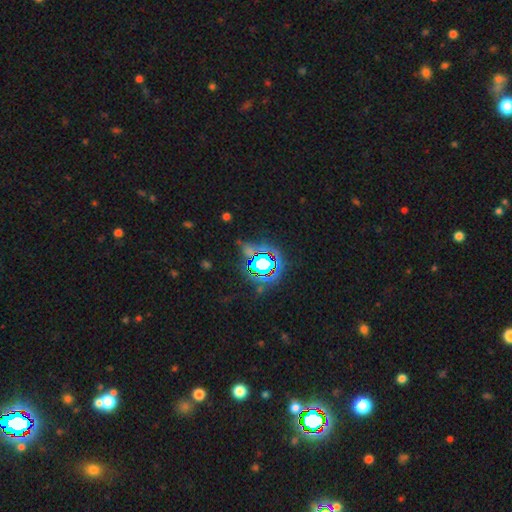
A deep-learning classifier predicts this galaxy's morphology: A star or artifact, not a galaxy (70%).

Vote fractions:
- Smooth or featured? star or artifact: 70% / smooth: 18% / featured or disk: 11%